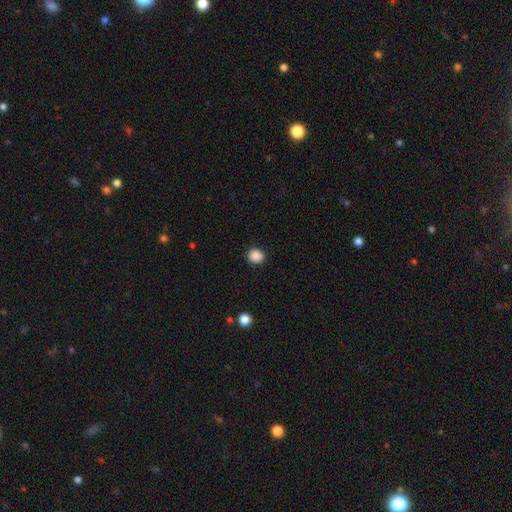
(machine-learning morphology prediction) The model was most divided on "how rounded": round: 84%, in between: 15%, cigar-shaped: 1%. More confident: merging — none (89%); smooth or featured — smooth (88%).